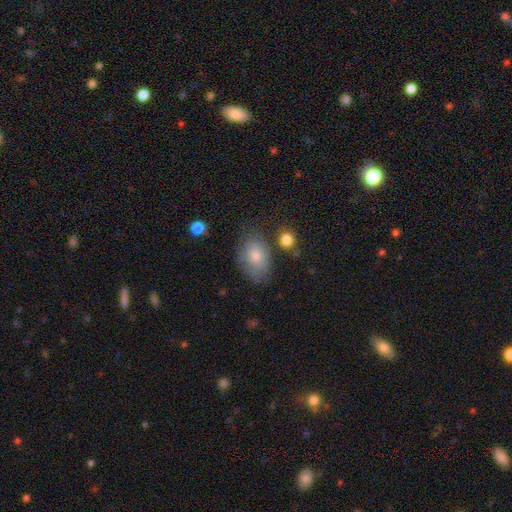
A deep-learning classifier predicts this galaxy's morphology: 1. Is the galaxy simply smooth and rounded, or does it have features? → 73% smooth, 17% featured or disk, 10% star or artifact.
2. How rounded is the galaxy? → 81% in between, 18% round, 1% cigar-shaped.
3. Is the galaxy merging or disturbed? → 67% none, 21% minor disturbance, 7% major disturbance, 5% merger.